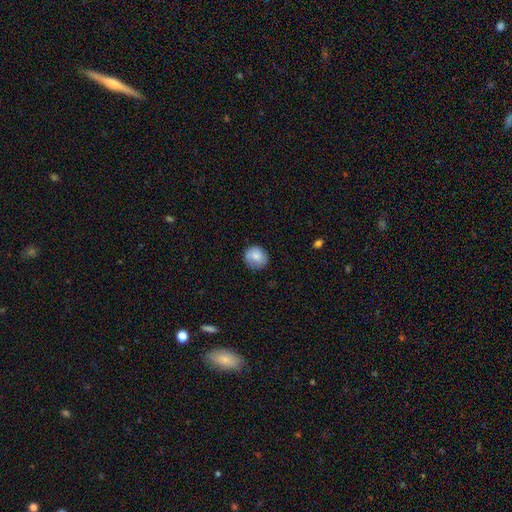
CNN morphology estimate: smooth-or-featured: smooth: 77% | featured or disk: 15% | star or artifact: 8%
  how-rounded: round: 84% | in between: 15% | cigar-shaped: 1%
  merging: none: 78% | minor disturbance: 16% | major disturbance: 4% | merger: 1%